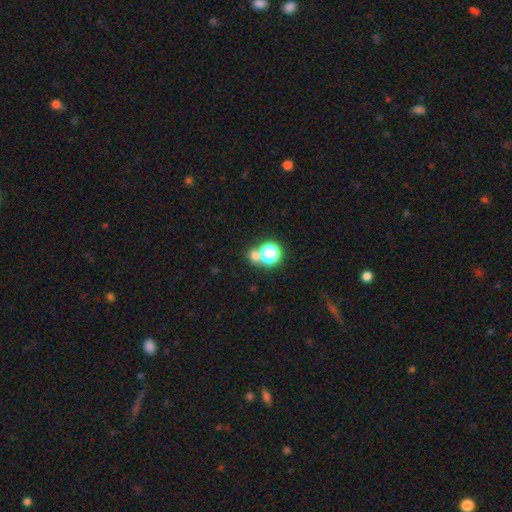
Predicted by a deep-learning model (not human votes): Morphology: type=smooth (65%); roundness=round (82%); merging=none (57%).